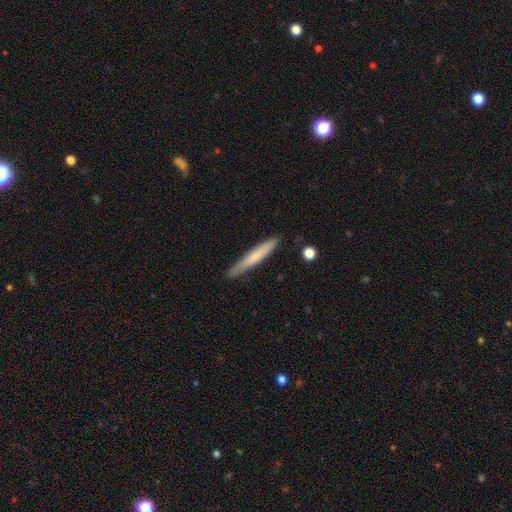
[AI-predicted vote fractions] This is likely a smooth galaxy (63%). How rounded: clearly cigar-shaped (96%). Merging: clearly none (88%).